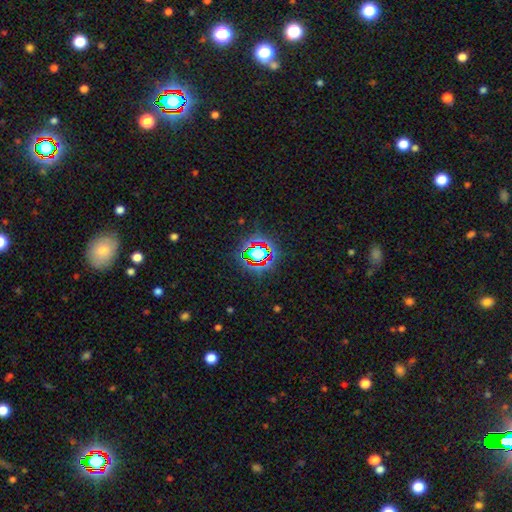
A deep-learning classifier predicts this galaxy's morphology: A star or artifact, not a galaxy (70%).

Vote fractions:
- Smooth or featured? star or artifact: 70% / smooth: 18% / featured or disk: 12%